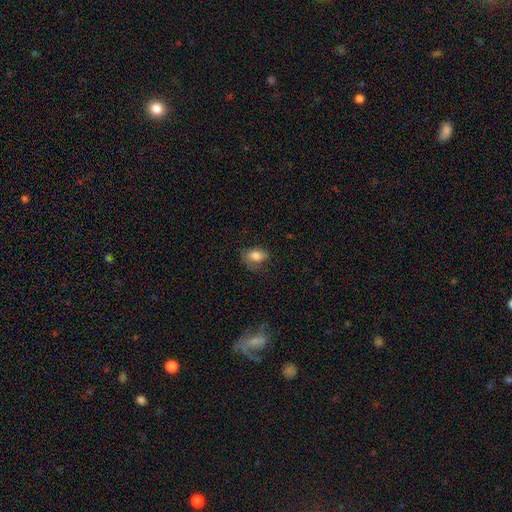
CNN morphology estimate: smooth 80%, featured or disk 11%, star or artifact 9%. Down the decision tree: how rounded — in between (79%); merging — none (55%).